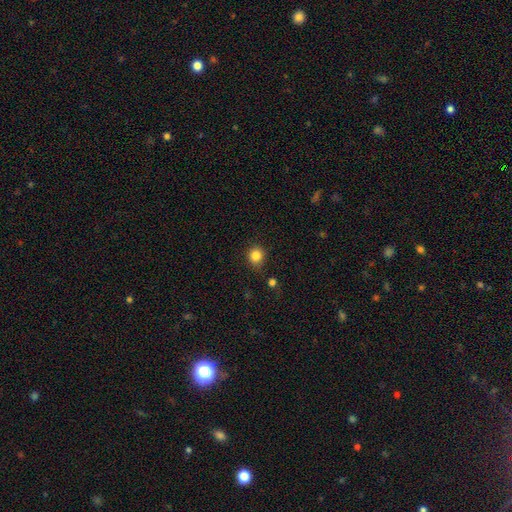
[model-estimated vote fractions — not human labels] smooth_or_featured: smooth (p=0.84) [alt: star or artifact p=0.11]
how_rounded: round (p=0.87) [alt: in between p=0.12]
merging: none (p=0.82) [alt: minor disturbance p=0.12]